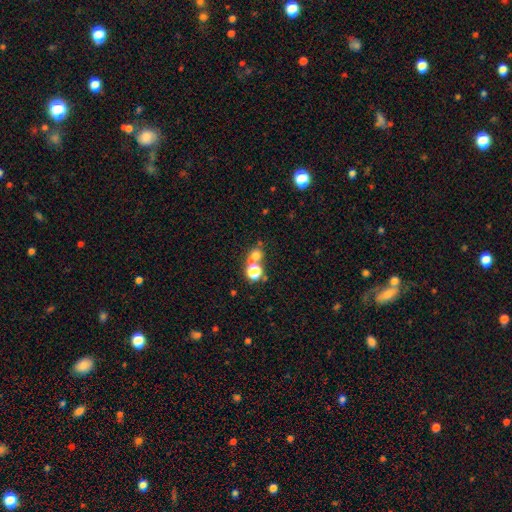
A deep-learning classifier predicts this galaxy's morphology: type=smooth (63%); roundness=round (73%); merging=merger (44%, tied with none).